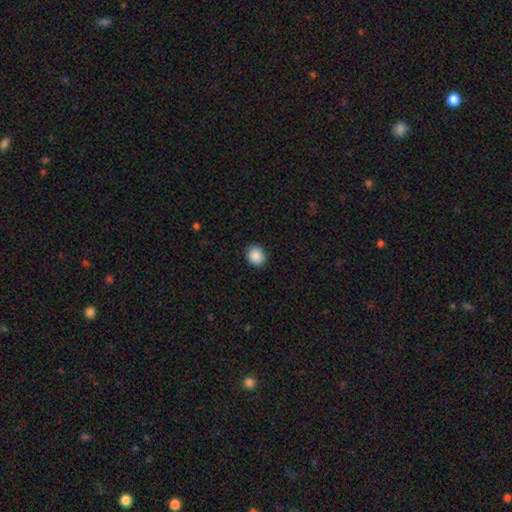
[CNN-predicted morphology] Smooth or featured? Predicted: smooth (p=0.89). How rounded? Predicted: round (p=0.72). Merging? Predicted: none (p=0.89).